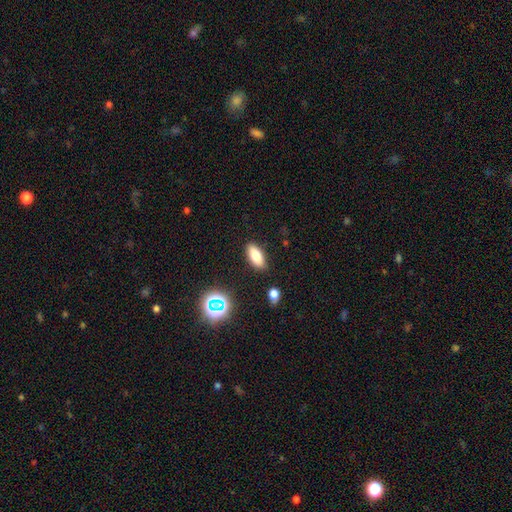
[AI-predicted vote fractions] smooth 73%, featured or disk 15%, star or artifact 11%. Down the decision tree: how rounded — in between (79%); merging — none (86%).